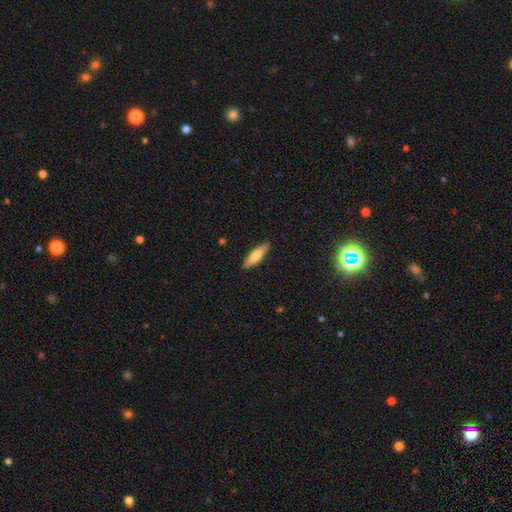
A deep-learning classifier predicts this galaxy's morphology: smooth 65%, featured or disk 29%, star or artifact 6%. Down the decision tree: how rounded — cigar-shaped (64%); merging — none (89%).